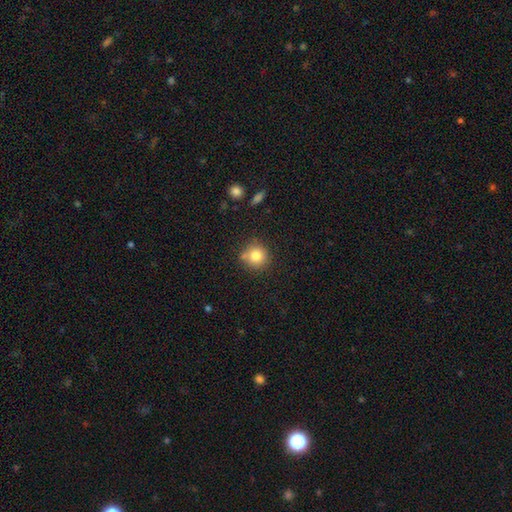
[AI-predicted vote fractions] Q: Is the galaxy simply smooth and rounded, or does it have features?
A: smooth — 80%.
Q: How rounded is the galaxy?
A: round — 92%.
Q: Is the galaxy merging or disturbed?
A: none — 76%.